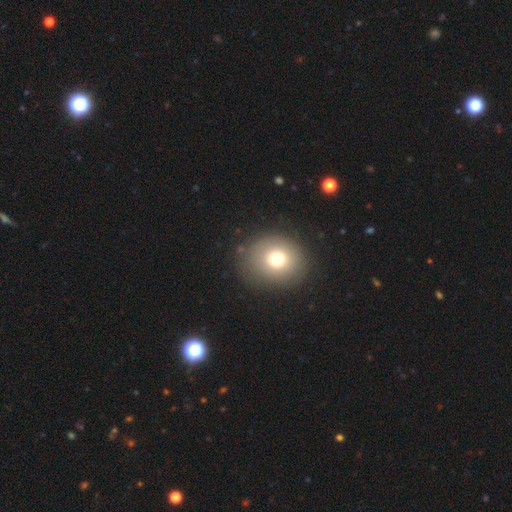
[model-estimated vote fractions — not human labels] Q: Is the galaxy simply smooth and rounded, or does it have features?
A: smooth — 71%.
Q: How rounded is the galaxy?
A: round — 74%.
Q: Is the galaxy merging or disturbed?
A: none — 87%.